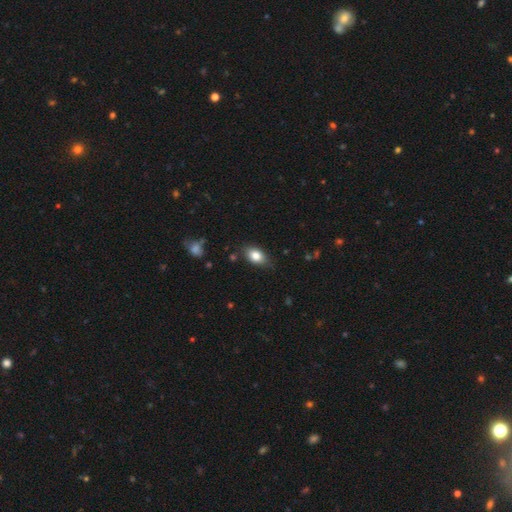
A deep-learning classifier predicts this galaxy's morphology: The model was most divided on "merging": none: 78%, minor disturbance: 17%, major disturbance: 3%, merger: 2%. More confident: how rounded — in between (86%); smooth or featured — smooth (82%).